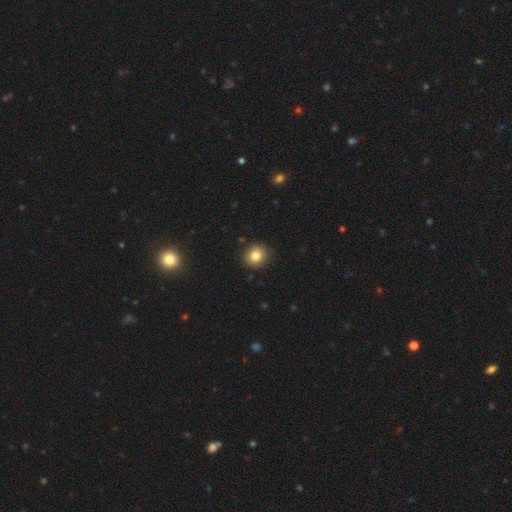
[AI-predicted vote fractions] Morphology: type=smooth (82%); roundness=round (87%); merging=none (90%).